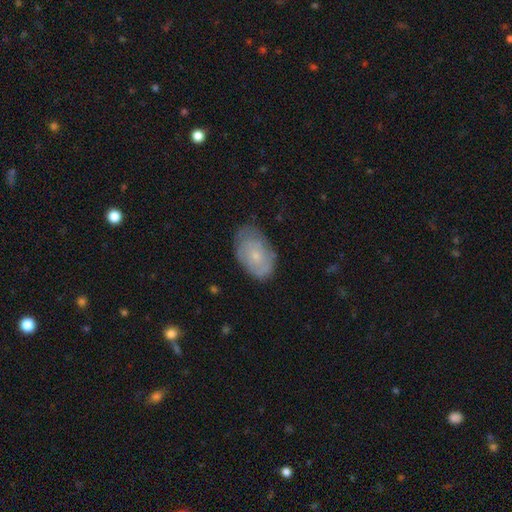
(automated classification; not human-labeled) smooth-or-featured: smooth: 53% | featured or disk: 39% | star or artifact: 7%
  how-rounded: in between: 90% | round: 9% | cigar-shaped: 1%
  merging: none: 68% | minor disturbance: 25% | major disturbance: 6% | merger: 1%